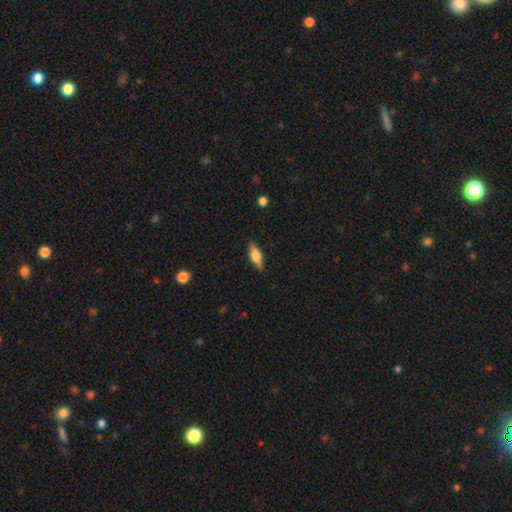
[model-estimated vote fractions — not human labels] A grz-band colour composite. It shows a smooth galaxy with no disk features (53%) that is in between round and cigar-shaped (54%). Merging: none (87%).